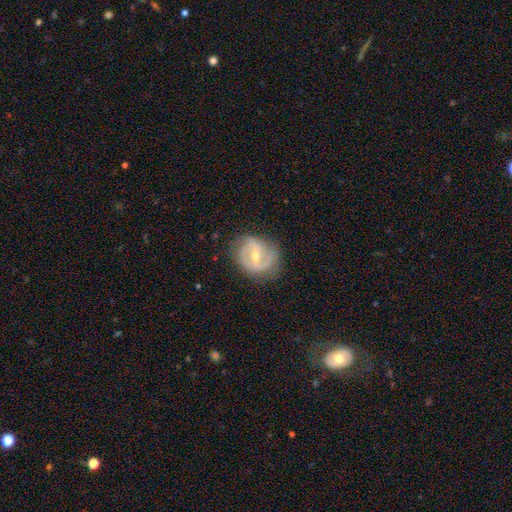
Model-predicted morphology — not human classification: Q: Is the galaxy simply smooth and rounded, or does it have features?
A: featured or disk — 79%.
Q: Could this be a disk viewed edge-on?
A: no — 97%.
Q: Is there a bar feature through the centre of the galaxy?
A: weak — 46%.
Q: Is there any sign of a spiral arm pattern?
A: yes — 86%.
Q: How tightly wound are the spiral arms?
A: medium — 46%.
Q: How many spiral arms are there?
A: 2 — 73%.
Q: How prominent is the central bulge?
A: moderate — 52%.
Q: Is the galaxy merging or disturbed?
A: none — 71%.